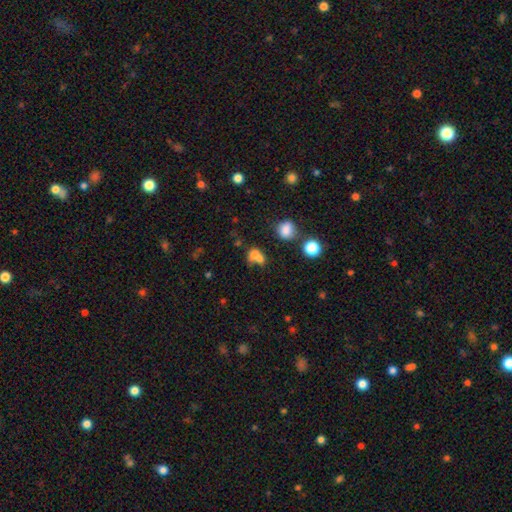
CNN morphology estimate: Smooth or featured? smooth (69%)
How rounded? round (54%)
Merging? merger (59%)